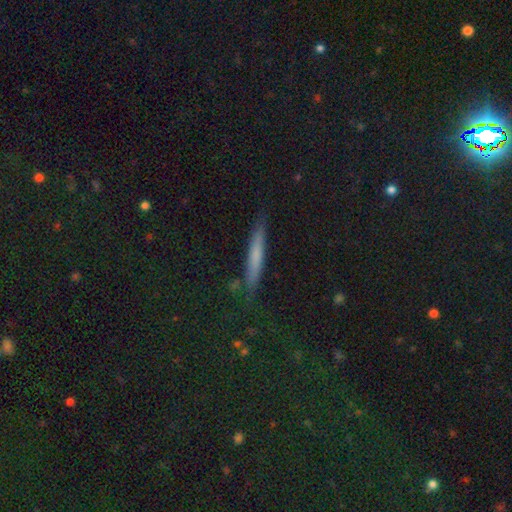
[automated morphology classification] type=smooth (63%); roundness=cigar-shaped (93%); merging=none (85%).